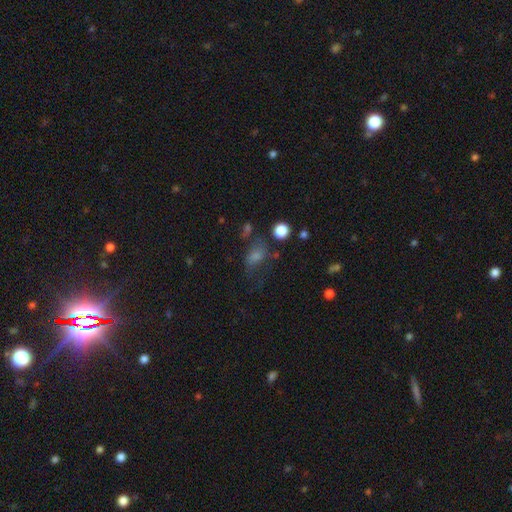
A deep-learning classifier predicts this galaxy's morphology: Smooth or featured: smooth — 46% (star or artifact — 28%)
Merging: none — 45% (major disturbance — 26%)